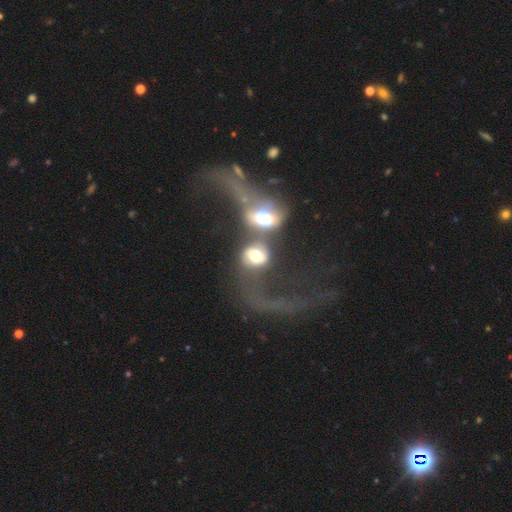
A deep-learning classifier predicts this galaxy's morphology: Smooth or featured: featured or disk — 46% (smooth — 43%)
Merging: merger — 71% (major disturbance — 18%)